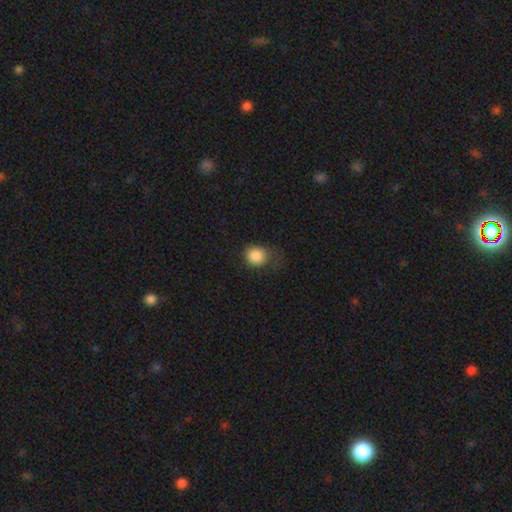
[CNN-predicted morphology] Overall: smooth (86%). How rounded: round (72%). Merging: none (52%; minor disturbance 31%).